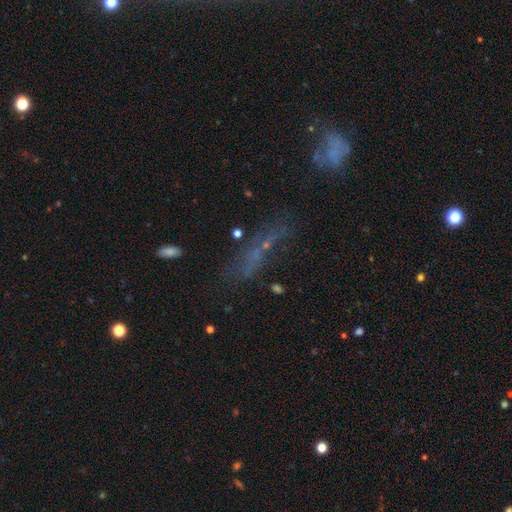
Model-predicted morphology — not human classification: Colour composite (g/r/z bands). It shows a star or artifact, not a galaxy (37%).